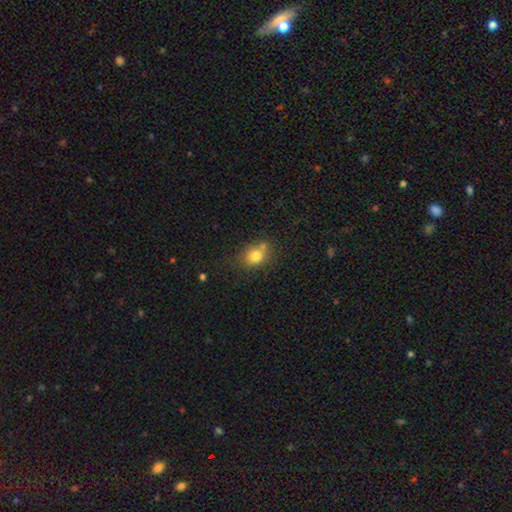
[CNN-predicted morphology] This is likely a smooth galaxy (79%). How rounded: possibly round (59%). Merging: likely none (61%).